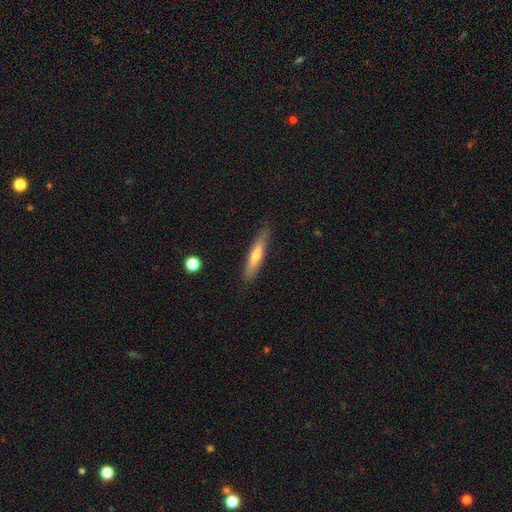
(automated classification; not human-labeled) smooth_or_featured: smooth (p=0.54) [alt: featured or disk p=0.40]
how_rounded: cigar-shaped (p=0.89) [alt: in between p=0.10]
merging: none (p=0.86) [alt: minor disturbance p=0.11]